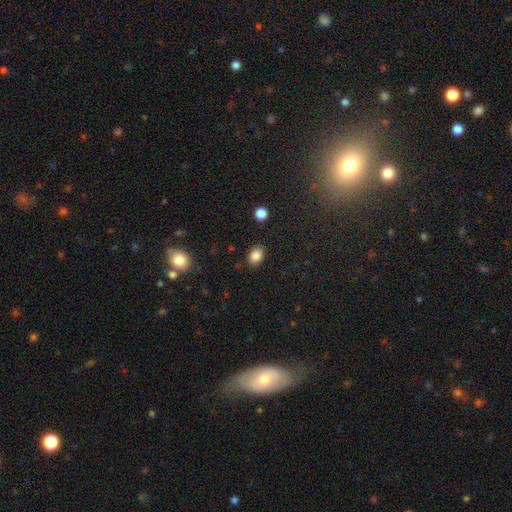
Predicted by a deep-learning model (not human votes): smooth 84%, star or artifact 10%, featured or disk 6%. Down the decision tree: how rounded — in between (73%); merging — none (84%).